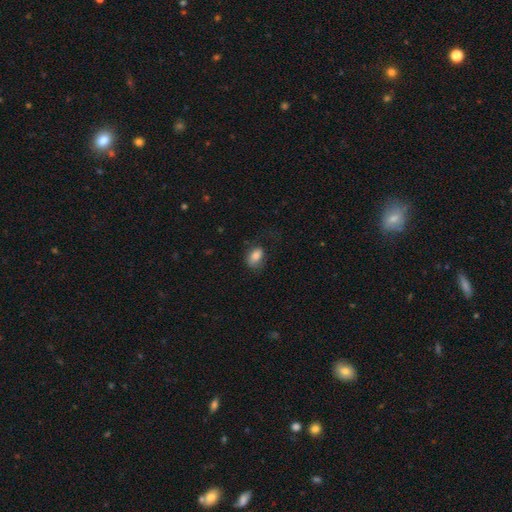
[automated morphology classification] The model was most divided on "merging": none: 59%, minor disturbance: 25%, major disturbance: 15%, merger: 2%. More confident: how rounded — in between (86%); smooth or featured — smooth (81%).